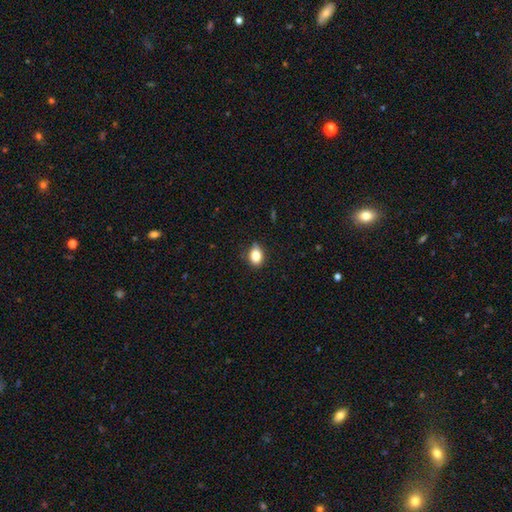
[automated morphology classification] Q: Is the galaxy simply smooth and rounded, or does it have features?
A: smooth — 84%.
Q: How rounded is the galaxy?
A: in between — 68%.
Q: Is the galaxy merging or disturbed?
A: none — 79%.